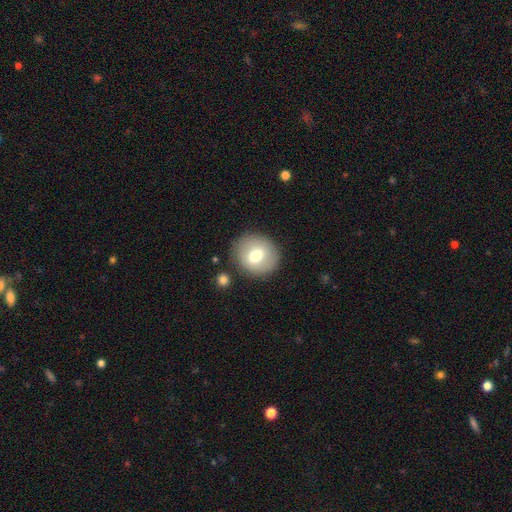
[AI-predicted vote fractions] This appears to be a smooth galaxy with no disk features (67%) that is round (81%). Merging: none (84%).